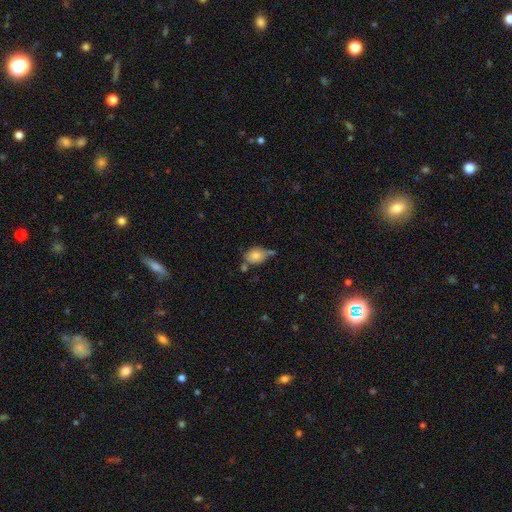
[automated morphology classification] type=smooth (77%); roundness=in between (65%); merging=none (47%).